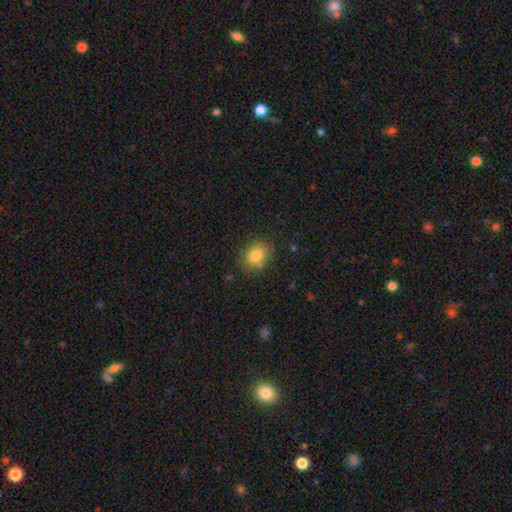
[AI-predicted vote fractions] smooth 82%, star or artifact 10%, featured or disk 8%. Down the decision tree: how rounded — round (58%); merging — none (81%).